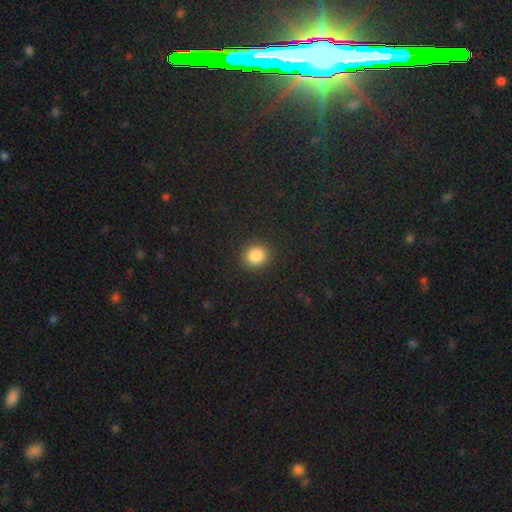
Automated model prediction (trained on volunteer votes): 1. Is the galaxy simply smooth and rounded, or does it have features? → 85% smooth, 11% star or artifact, 4% featured or disk.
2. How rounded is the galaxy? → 87% round, 12% in between, 1% cigar-shaped.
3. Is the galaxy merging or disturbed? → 91% none, 6% minor disturbance, 2% major disturbance, 1% merger.